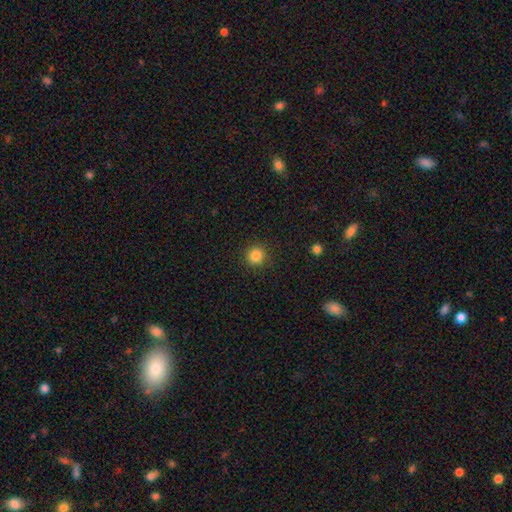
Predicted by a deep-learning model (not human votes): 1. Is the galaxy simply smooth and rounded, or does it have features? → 84% smooth, 12% star or artifact, 4% featured or disk.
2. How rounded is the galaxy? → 94% round, 5% in between, 1% cigar-shaped.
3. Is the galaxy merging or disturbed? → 91% none, 6% minor disturbance, 2% major disturbance, 1% merger.